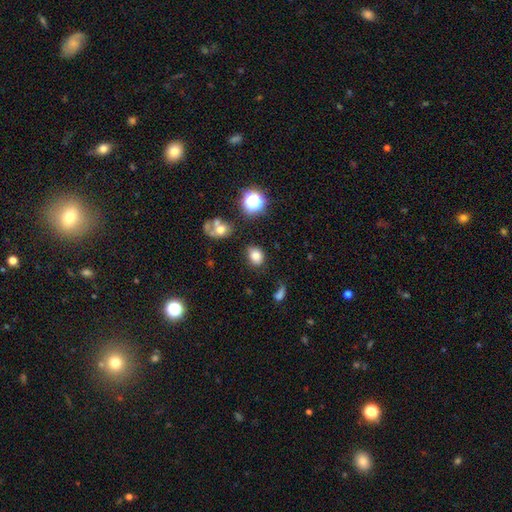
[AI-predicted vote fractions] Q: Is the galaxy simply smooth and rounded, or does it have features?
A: smooth — 79%.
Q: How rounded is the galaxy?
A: in between — 59%.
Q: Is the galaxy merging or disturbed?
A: none — 76%.